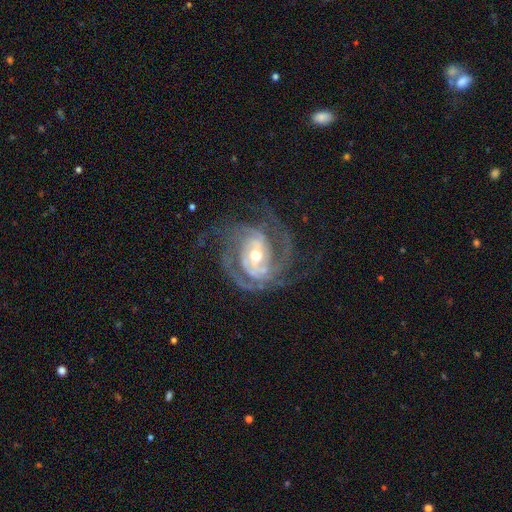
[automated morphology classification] A featured or disk galaxy (91%) with a weak bar (39%), 3 (34%) tight (53%) spiral arms (98%) and a moderate central bulge (61%). Merging: none (66%).